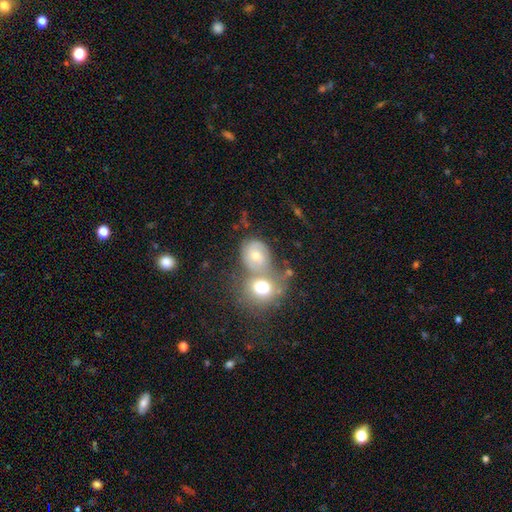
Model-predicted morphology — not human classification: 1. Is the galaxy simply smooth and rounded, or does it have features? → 56% smooth, 33% featured or disk, 11% star or artifact.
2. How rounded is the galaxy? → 63% round, 36% in between, 1% cigar-shaped.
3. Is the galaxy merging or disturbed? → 50% merger, 31% none, 12% minor disturbance, 8% major disturbance.